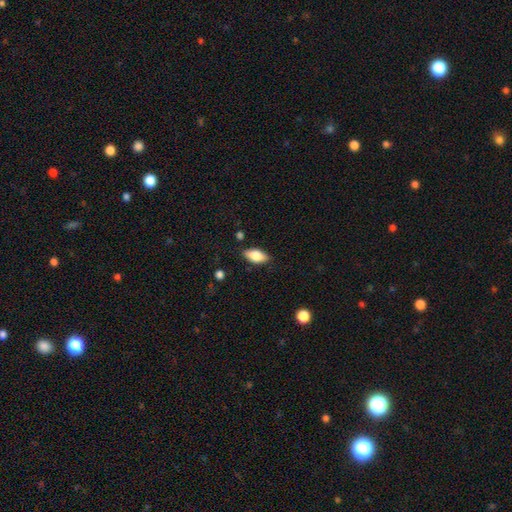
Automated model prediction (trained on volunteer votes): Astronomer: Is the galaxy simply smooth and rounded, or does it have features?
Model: smooth — 76%.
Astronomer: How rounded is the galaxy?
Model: in between — 89%.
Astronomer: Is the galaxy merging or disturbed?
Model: none — 83%.